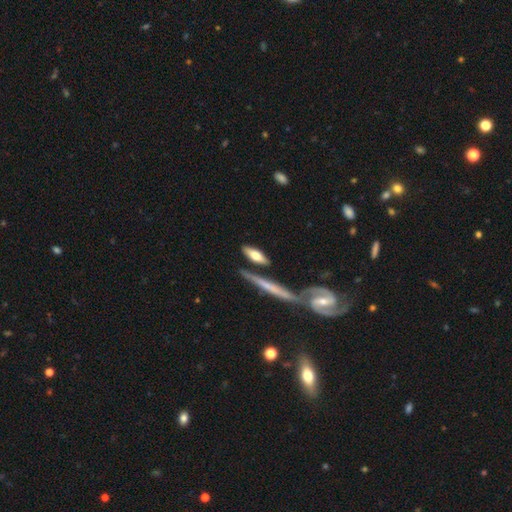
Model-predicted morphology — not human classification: smooth-or-featured: smooth: 65% | featured or disk: 30% | star or artifact: 6%
  how-rounded: in between: 61% | cigar-shaped: 36% | round: 3%
  merging: none: 70% | minor disturbance: 14% | merger: 11% | major disturbance: 5%